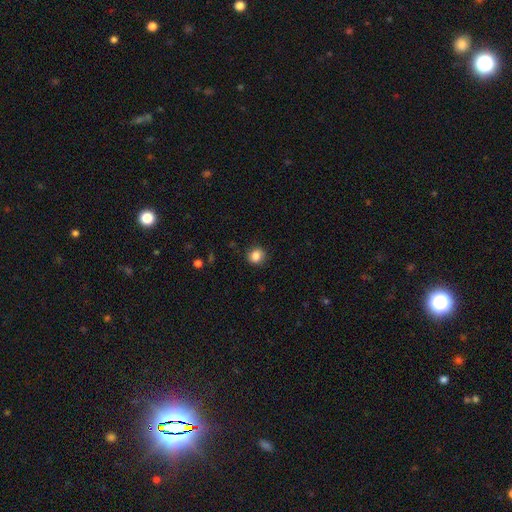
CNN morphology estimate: Smooth or featured: smooth — 85% (star or artifact — 10%)
How rounded: round — 82% (in between — 17%)
Merging: none — 87% (minor disturbance — 10%)